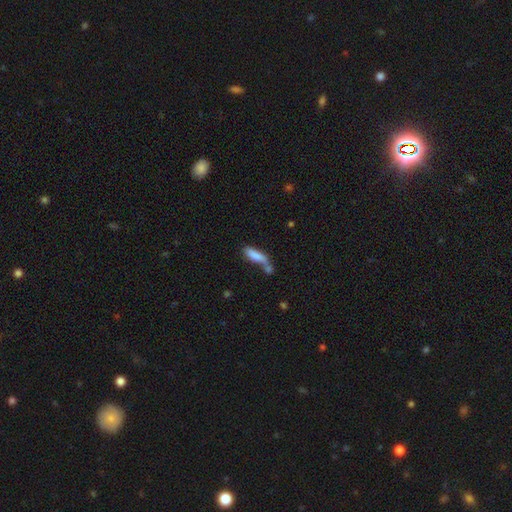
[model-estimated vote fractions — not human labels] smooth_or_featured: smooth (p=0.76) [alt: featured or disk p=0.16]
how_rounded: cigar-shaped (p=0.62) [alt: in between p=0.36]
merging: merger (p=0.39) [alt: none p=0.35]